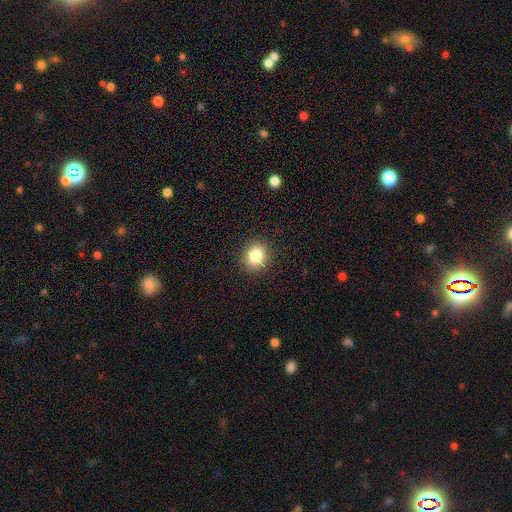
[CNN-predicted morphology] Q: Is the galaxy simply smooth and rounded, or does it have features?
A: smooth — 84%.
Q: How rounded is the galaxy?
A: round — 66%.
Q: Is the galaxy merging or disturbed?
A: none — 89%.